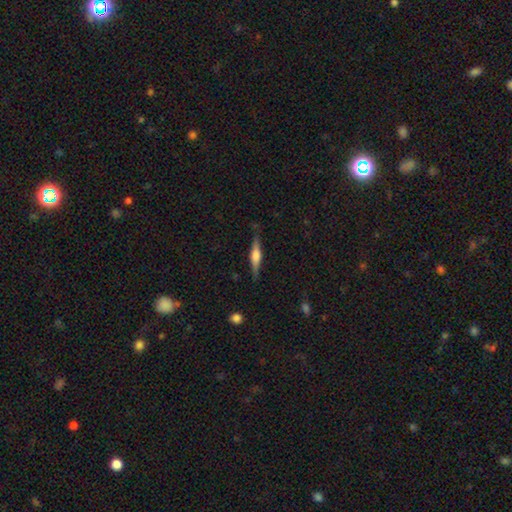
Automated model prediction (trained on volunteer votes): The model was most divided on "smooth or featured": featured or disk: 67%, smooth: 27%, star or artifact: 6%. More confident: edge-on disk — yes (97%); merging — none (87%); edge-on bulge — rounded (83%).